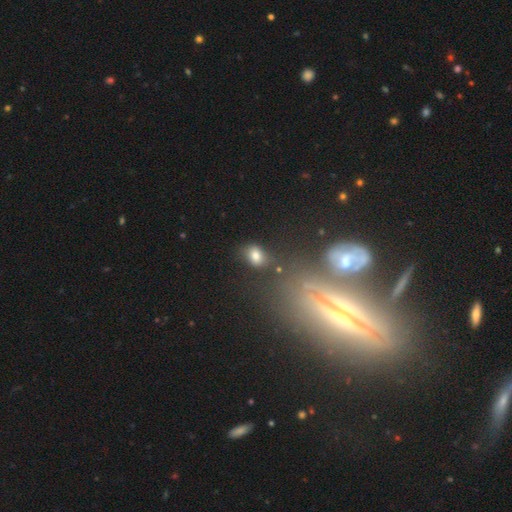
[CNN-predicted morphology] A smooth galaxy with no disk features (76%) that is in between round and cigar-shaped (65%). Merging: none (64%).